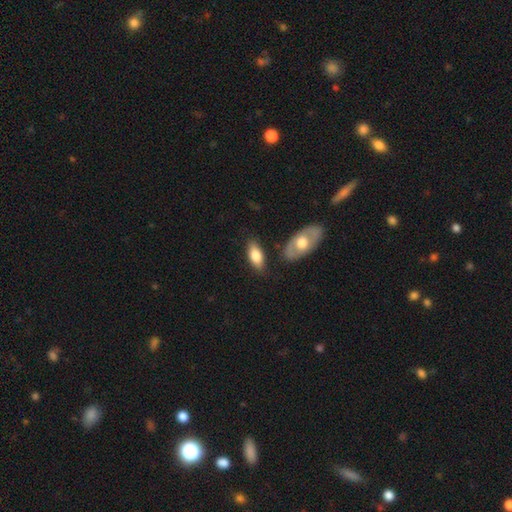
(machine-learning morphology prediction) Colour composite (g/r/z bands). It shows a smooth galaxy with no disk features (75%) that is in between round and cigar-shaped (87%). Merging: none (77%).